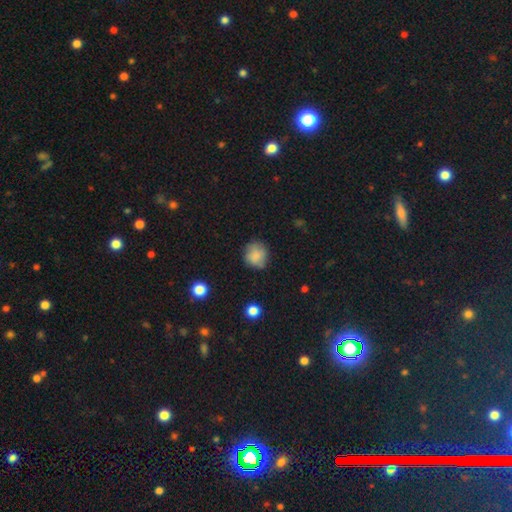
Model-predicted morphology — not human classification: This is clearly a smooth galaxy (83%). How rounded: clearly round (83%). Merging: likely none (76%).